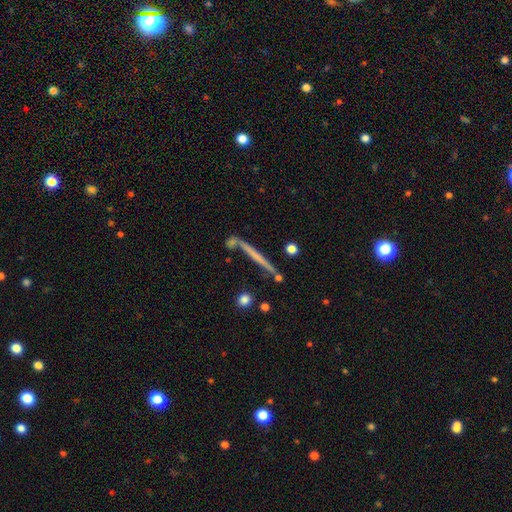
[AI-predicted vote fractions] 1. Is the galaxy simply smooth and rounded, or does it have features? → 53% featured or disk, 39% smooth, 8% star or artifact.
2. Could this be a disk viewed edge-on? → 96% yes, 4% no.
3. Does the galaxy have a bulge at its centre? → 83% none, 12% rounded, 5% boxy.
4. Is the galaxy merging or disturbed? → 77% none, 11% minor disturbance, 9% merger, 3% major disturbance.